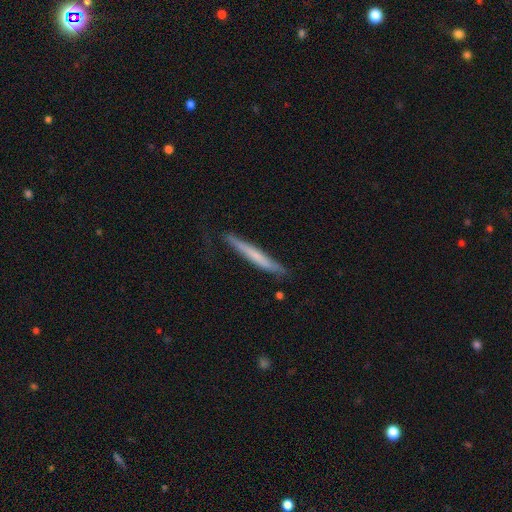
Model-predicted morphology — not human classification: This appears to be a smooth galaxy with no disk features (55%) that is cigar-shaped (96%). Merging: none (76%).